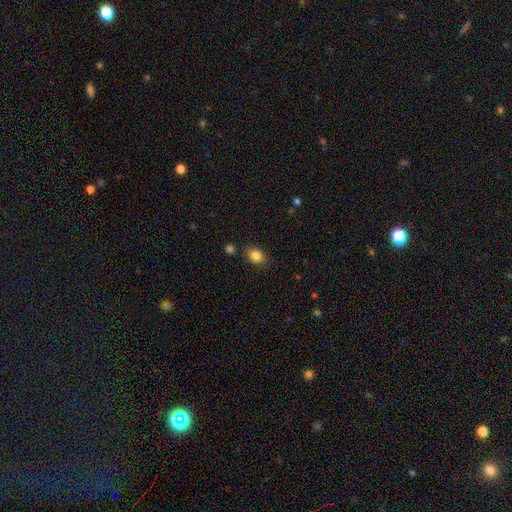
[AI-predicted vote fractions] A smooth galaxy with no disk features (85%) that is in between round and cigar-shaped (71%). Merging: none (83%).